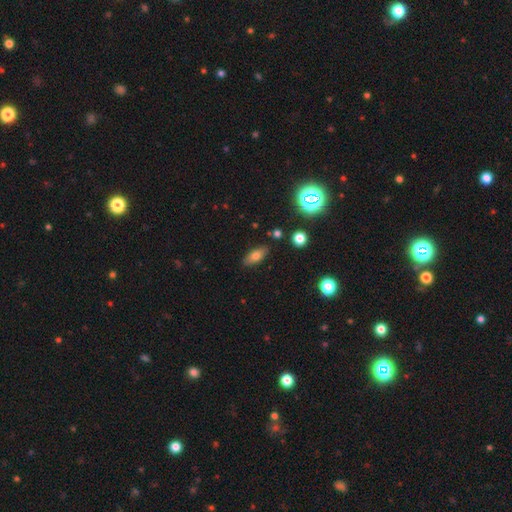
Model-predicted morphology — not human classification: Smooth or featured?
  - smooth: 72% *
  - featured or disk: 16%
  - star or artifact: 12%
How rounded?
  - in between: 80% *
  - cigar-shaped: 15%
  - round: 5%
Merging?
  - none: 84% *
  - minor disturbance: 11%
  - major disturbance: 3%
  - merger: 2%